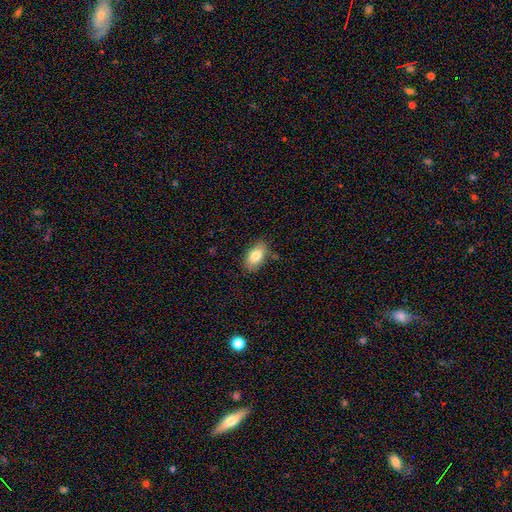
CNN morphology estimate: Smooth or featured? Predicted: smooth (p=0.81). How rounded? Predicted: in between (p=0.92). Merging? Predicted: none (p=0.81).